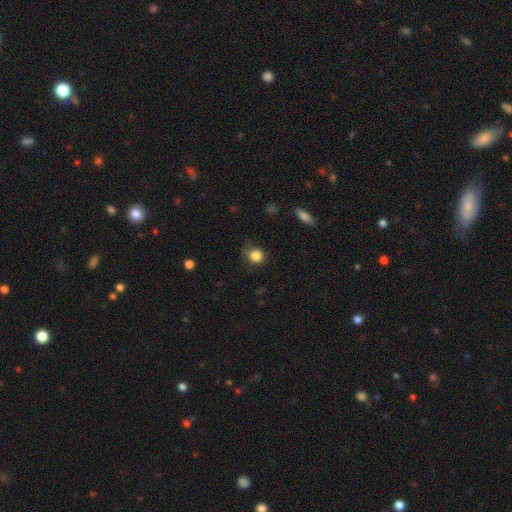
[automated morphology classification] smooth-or-featured: smooth: 85% | star or artifact: 10% | featured or disk: 4%
  how-rounded: round: 84% | in between: 15% | cigar-shaped: 1%
  merging: none: 75% | minor disturbance: 20% | major disturbance: 4% | merger: 1%